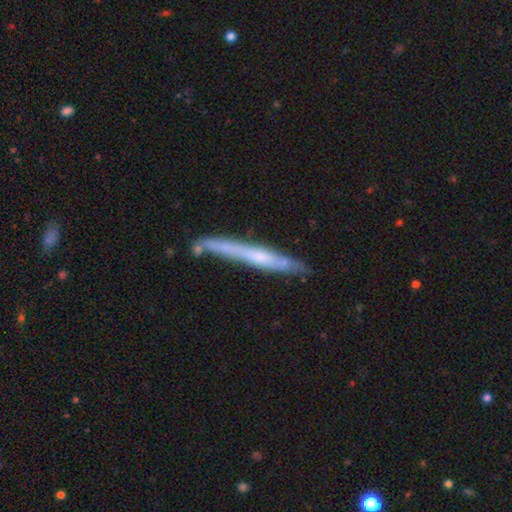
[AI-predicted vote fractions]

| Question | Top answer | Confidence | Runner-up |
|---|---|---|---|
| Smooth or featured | featured or disk | 58% | smooth (36%) |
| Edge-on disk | yes | 92% | no (8%) |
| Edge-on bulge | none | 65% | rounded (26%) |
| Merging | none | 73% | minor disturbance (18%) |